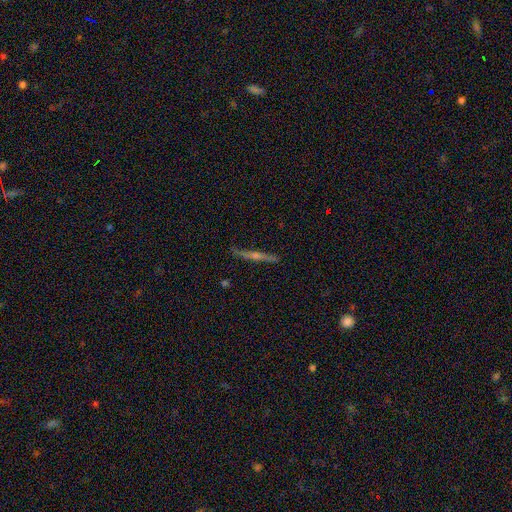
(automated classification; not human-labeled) This is likely a featured or disk galaxy (61%). It is clearly viewed edge-on (89%). Edge-on bulge: likely rounded (73%). Merging: clearly none (86%).